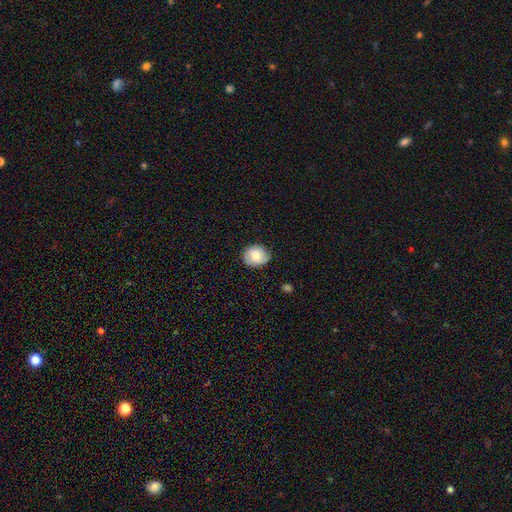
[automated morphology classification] smooth 54%, featured or disk 38%, star or artifact 8%. Down the decision tree: how rounded — round (63%); merging — none (79%).